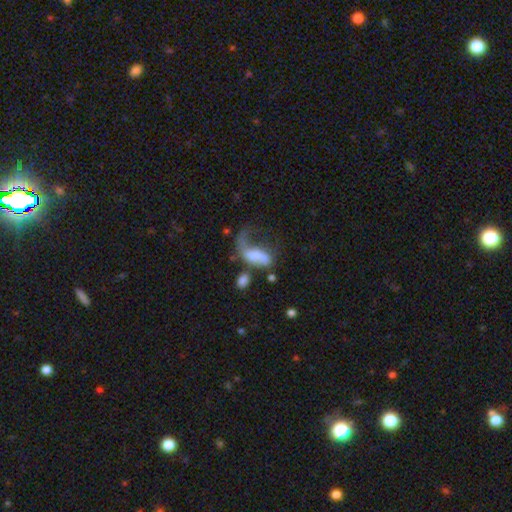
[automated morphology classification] The model was most divided on "smooth or featured": featured or disk: 51%, smooth: 40%, star or artifact: 9%. More confident: edge-on disk — no (94%); merging — major disturbance (52%).